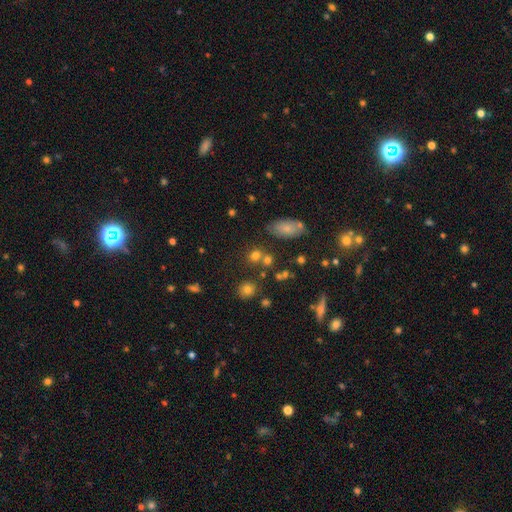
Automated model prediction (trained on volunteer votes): A smooth galaxy with no disk features (72%) that is round (77%). Merging: none (62%).